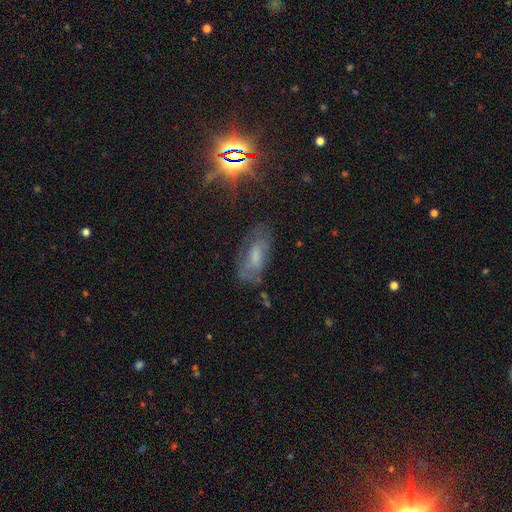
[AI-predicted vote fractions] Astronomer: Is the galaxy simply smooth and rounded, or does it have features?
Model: featured or disk — 45% (runner-up: smooth, 32%).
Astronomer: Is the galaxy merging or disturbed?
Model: none — 65%.